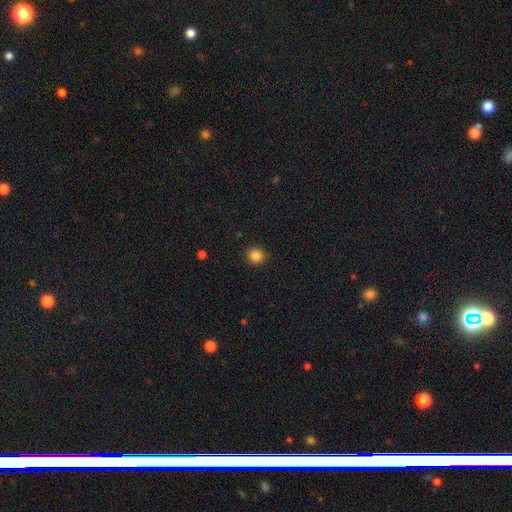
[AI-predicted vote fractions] Smooth or featured: smooth — 84% (star or artifact — 11%)
How rounded: round — 81% (in between — 18%)
Merging: none — 91% (minor disturbance — 6%)